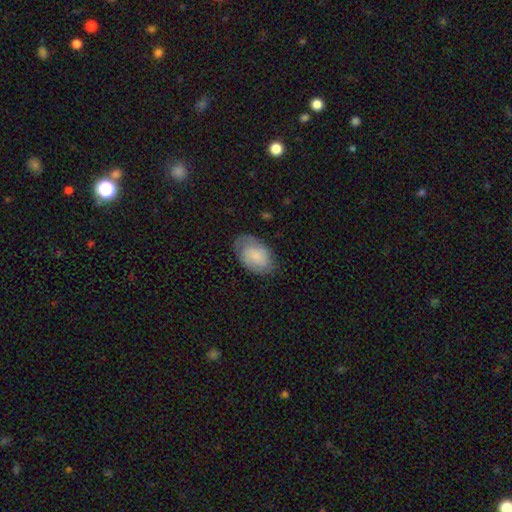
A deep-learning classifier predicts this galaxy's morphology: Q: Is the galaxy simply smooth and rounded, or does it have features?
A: smooth — 64%.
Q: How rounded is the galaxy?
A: in between — 90%.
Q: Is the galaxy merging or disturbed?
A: none — 70%.